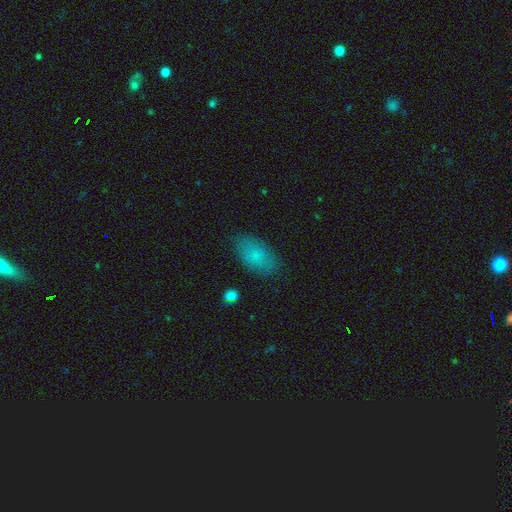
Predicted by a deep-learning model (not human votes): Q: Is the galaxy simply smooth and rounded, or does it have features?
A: smooth — 79%.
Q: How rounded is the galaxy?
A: in between — 93%.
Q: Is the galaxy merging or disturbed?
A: none — 81%.